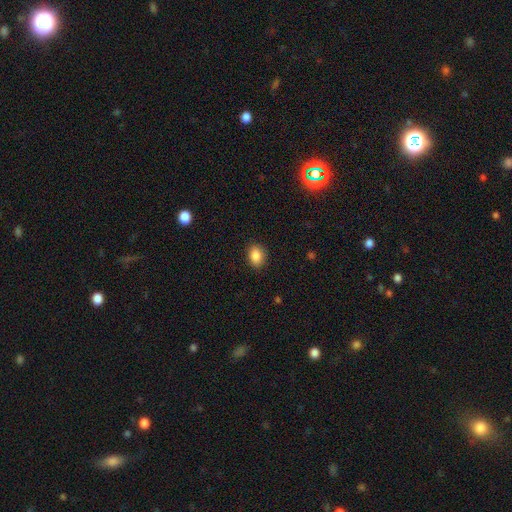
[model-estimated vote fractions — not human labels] The model was most divided on "how rounded": in between: 69%, round: 30%, cigar-shaped: 1%. More confident: smooth or featured — smooth (87%); merging — none (86%).